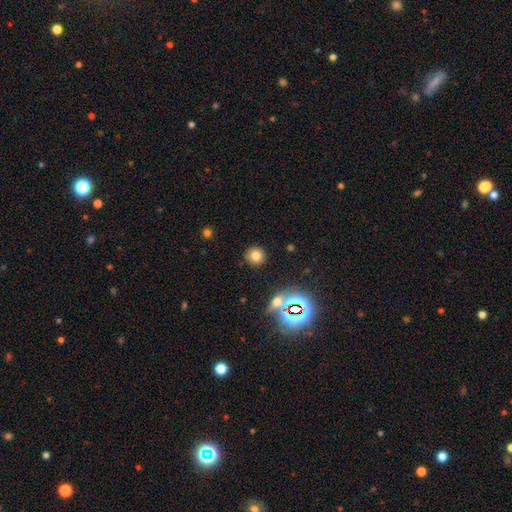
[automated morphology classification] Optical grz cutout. It shows a smooth galaxy with no disk features (74%) that is round (91%). Merging: none (89%).